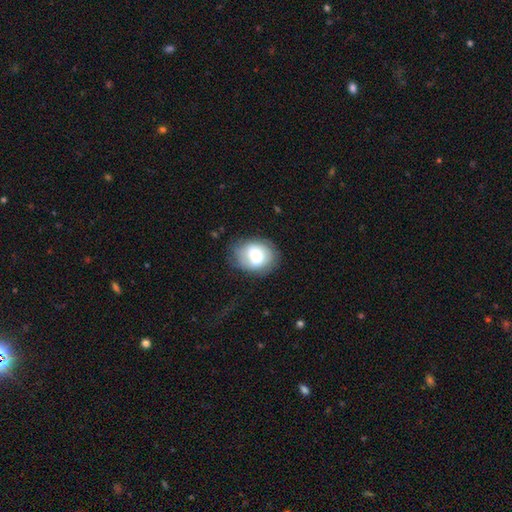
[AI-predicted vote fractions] A smooth galaxy with no disk features (61%) that is round (54%). Merging: none (69%).